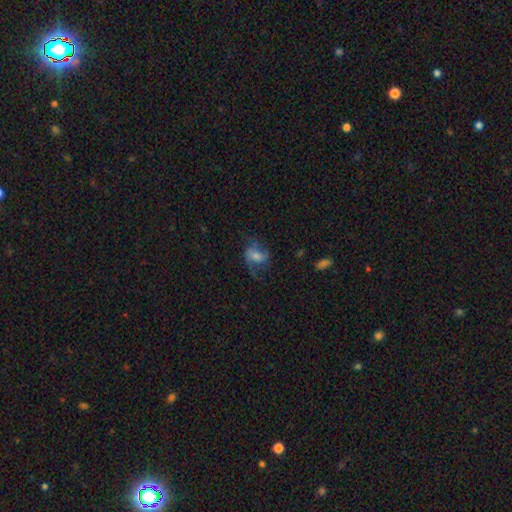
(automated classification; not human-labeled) Overall: featured or disk (52%; smooth 38%). Edge-on disk: no (96%). Bar: no (45%; weak 39%). Spiral arms: yes (82%). Bulge size: moderate (36%; small 35%). Merging: none (48%; major disturbance 28%).